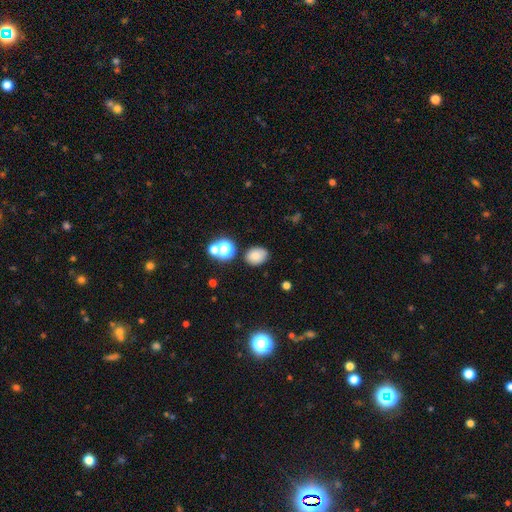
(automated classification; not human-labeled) The model was most divided on "how rounded": in between: 62%, round: 37%, cigar-shaped: 1%. More confident: merging — none (79%); smooth or featured — smooth (78%).